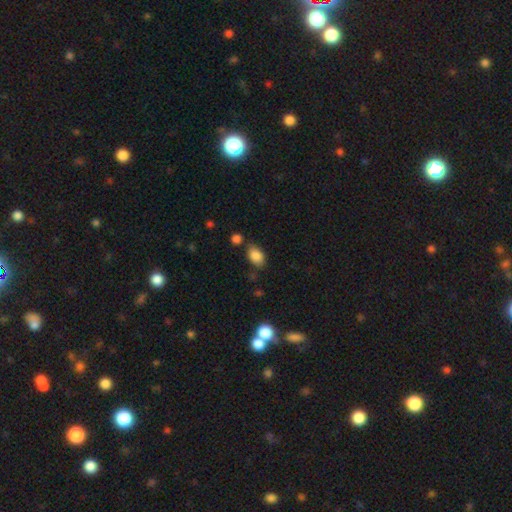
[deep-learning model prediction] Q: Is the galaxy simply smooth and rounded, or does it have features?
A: smooth — 86%.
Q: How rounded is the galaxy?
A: in between — 84%.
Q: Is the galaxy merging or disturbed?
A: none — 71%.